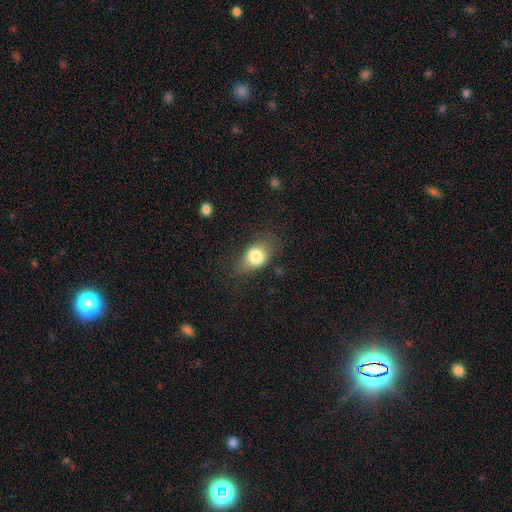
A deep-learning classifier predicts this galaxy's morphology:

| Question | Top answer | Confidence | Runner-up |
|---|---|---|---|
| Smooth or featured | smooth | 79% | featured or disk (12%) |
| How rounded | in between | 66% | round (32%) |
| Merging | none | 63% | minor disturbance (24%) |